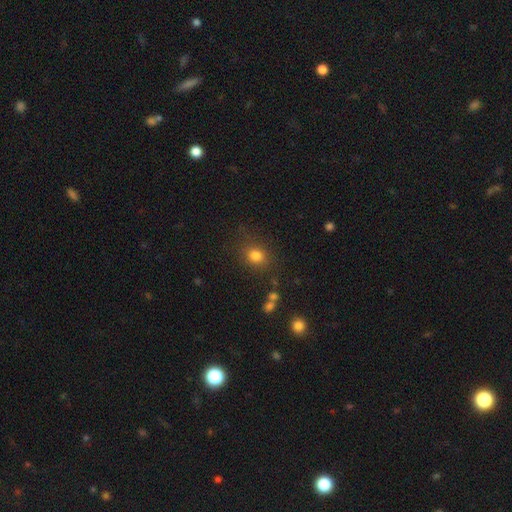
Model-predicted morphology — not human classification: Smooth or featured? smooth (80%)
How rounded? round (66%)
Merging? none (80%)